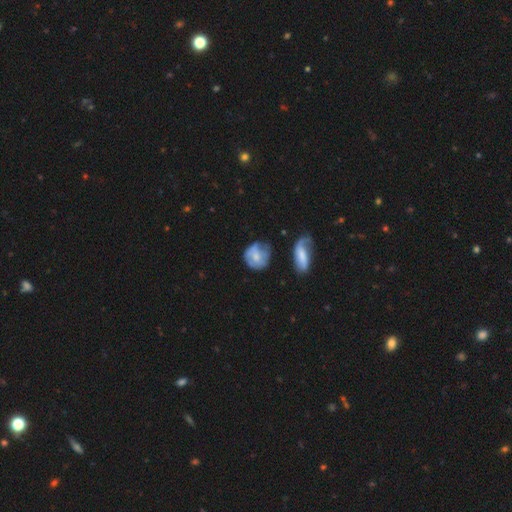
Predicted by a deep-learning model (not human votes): smooth 53%, featured or disk 40%, star or artifact 7%. Down the decision tree: how rounded — round (70%); merging — none (46%).